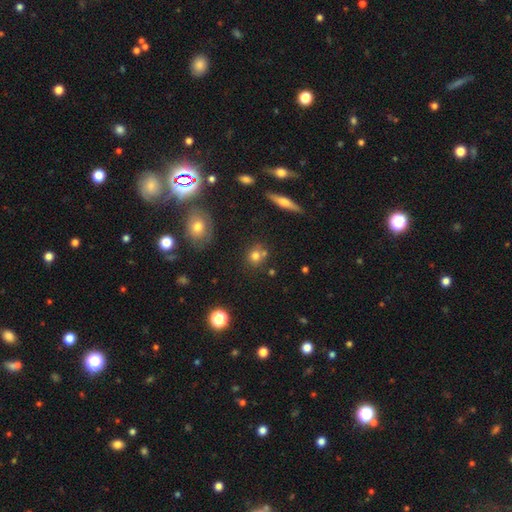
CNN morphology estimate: Q: Smooth or featured?
A: smooth (71%); runner-up: star or artifact (16%)
Q: How rounded?
A: round (85%); runner-up: in between (13%)
Q: Merging?
A: none (65%); runner-up: merger (22%)